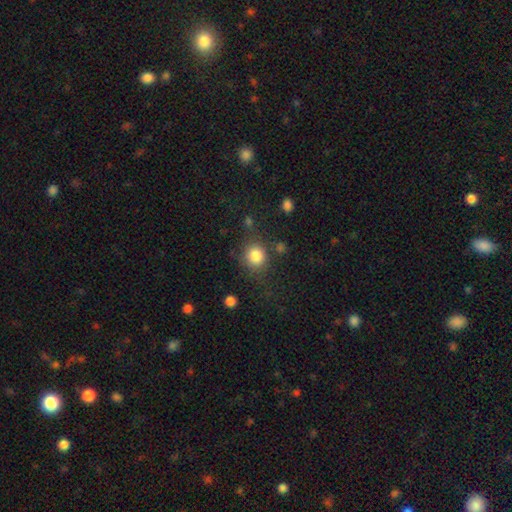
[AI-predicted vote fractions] A smooth galaxy with no disk features (84%) that is round (84%).

Vote fractions:
- Smooth or featured? smooth: 84% / star or artifact: 11% / featured or disk: 6%
- How rounded? round: 84% / in between: 15% / cigar-shaped: 1%
- Merging? none: 78% / minor disturbance: 12% / major disturbance: 5% / merger: 5%